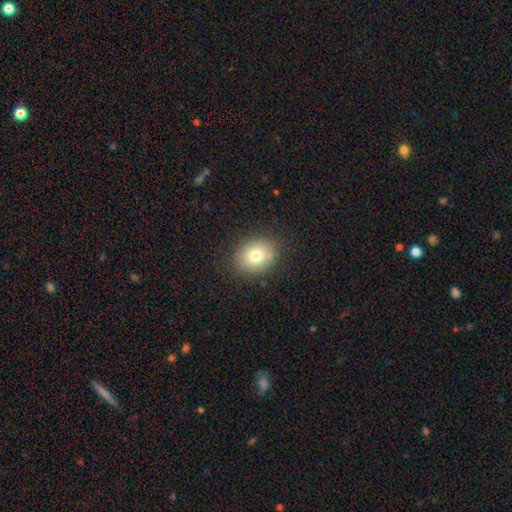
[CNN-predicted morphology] Q: Smooth or featured?
A: smooth (76%); runner-up: featured or disk (13%)
Q: How rounded?
A: round (53%); runner-up: in between (46%)
Q: Merging?
A: none (84%); runner-up: minor disturbance (11%)